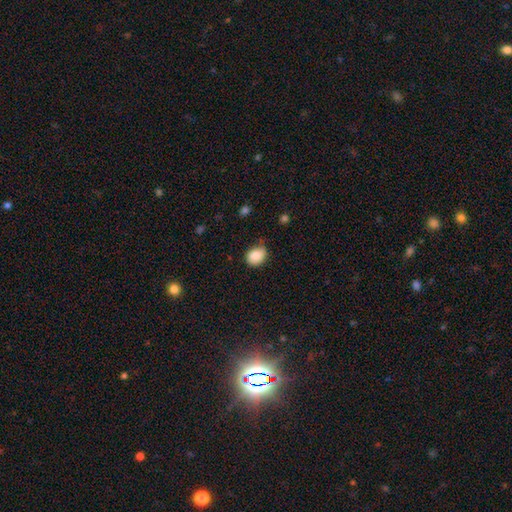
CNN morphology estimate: smooth 86%, star or artifact 8%, featured or disk 6%. Down the decision tree: how rounded — in between (60%); merging — none (67%).